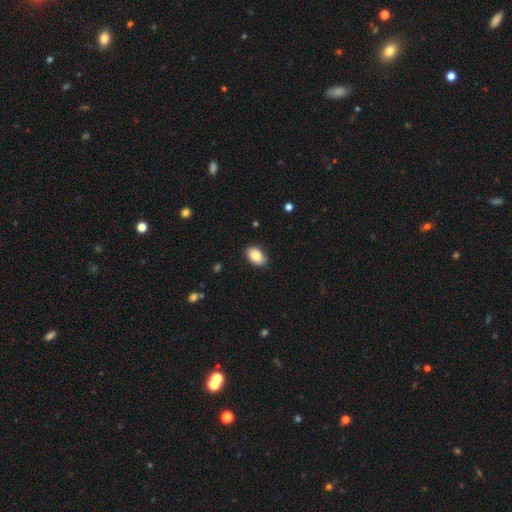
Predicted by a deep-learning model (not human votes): Smooth or featured? smooth (83%)
How rounded? in between (88%)
Merging? none (86%)